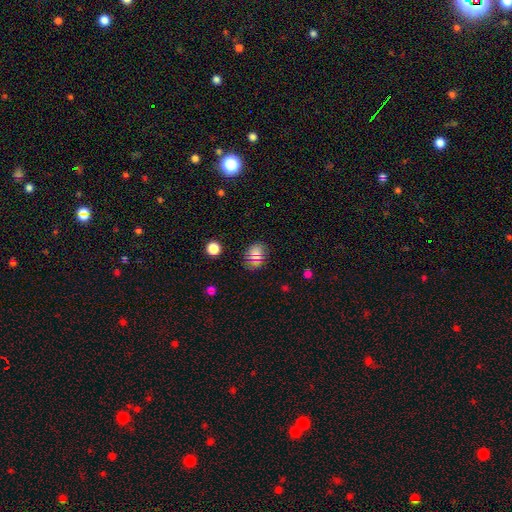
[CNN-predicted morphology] smooth_or_featured: smooth (p=0.67) [alt: star or artifact p=0.24]
how_rounded: in between (p=0.52) [alt: round p=0.47]
merging: none (p=0.84) [alt: minor disturbance p=0.11]